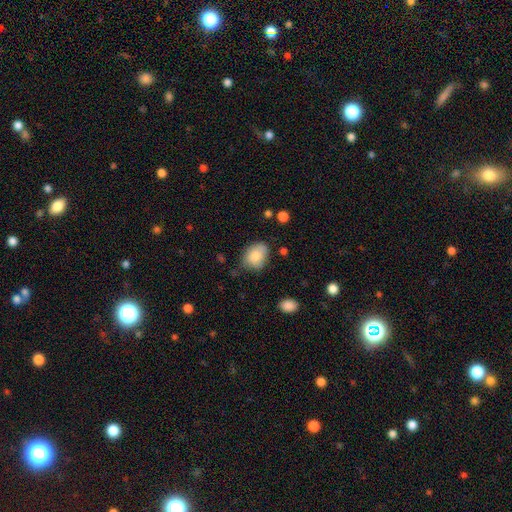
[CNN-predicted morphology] smooth-or-featured: smooth: 84% | featured or disk: 9% | star or artifact: 7%
  how-rounded: in between: 68% | round: 31% | cigar-shaped: 1%
  merging: none: 65% | minor disturbance: 27% | major disturbance: 6% | merger: 2%